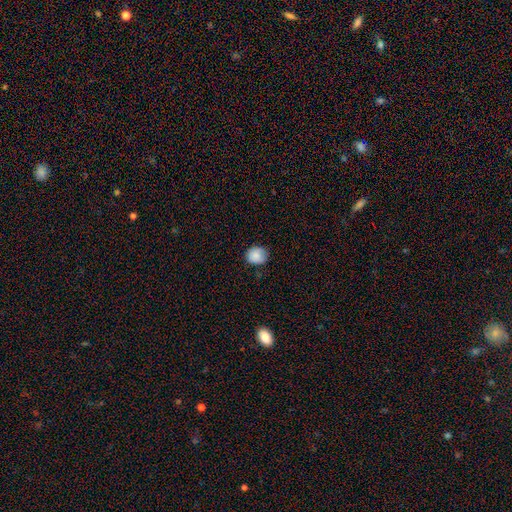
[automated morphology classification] A smooth galaxy with no disk features (84%) that is round (76%).

Vote fractions:
- Smooth or featured? smooth: 84% / star or artifact: 8% / featured or disk: 7%
- How rounded? round: 76% / in between: 23% / cigar-shaped: 1%
- Merging? none: 74% / minor disturbance: 22% / major disturbance: 3% / merger: 1%